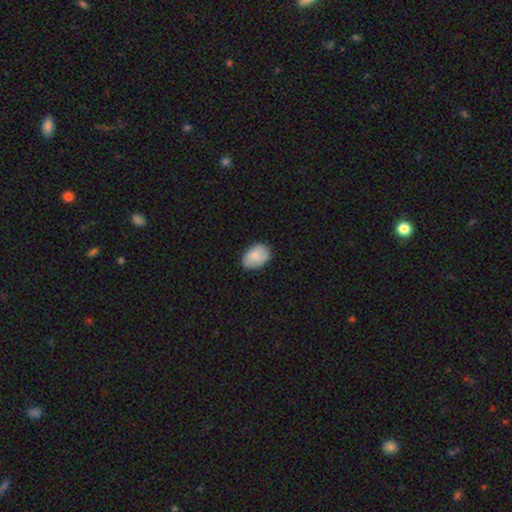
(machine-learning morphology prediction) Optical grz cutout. It shows a smooth galaxy with no disk features (78%) that is in between round and cigar-shaped (82%). Merging: none (78%).